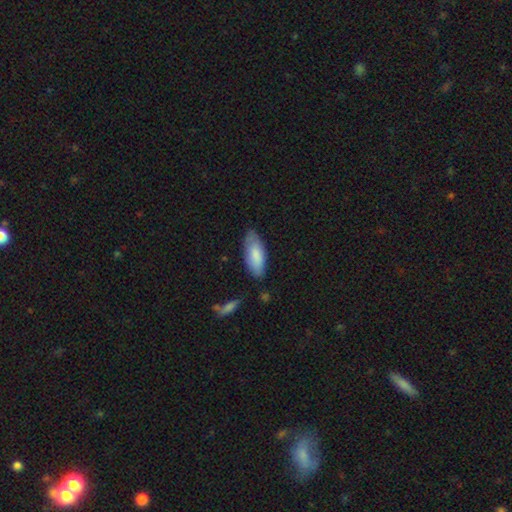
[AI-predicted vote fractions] smooth_or_featured: smooth (p=0.83) [alt: featured or disk p=0.12]
how_rounded: in between (p=0.79) [alt: cigar-shaped p=0.19]
merging: none (p=0.74) [alt: minor disturbance p=0.20]